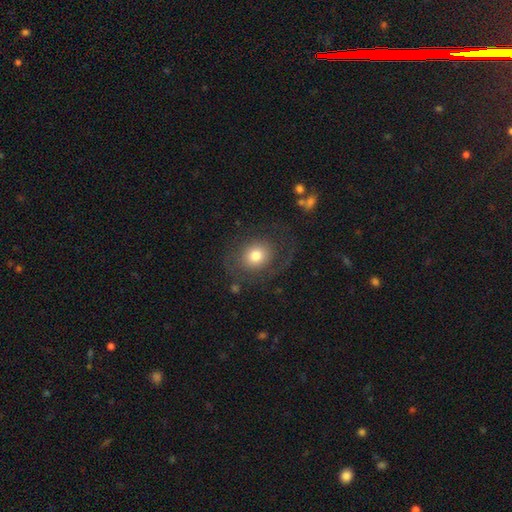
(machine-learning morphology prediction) Smooth or featured? smooth (62%)
How rounded? round (62%)
Merging? none (62%)